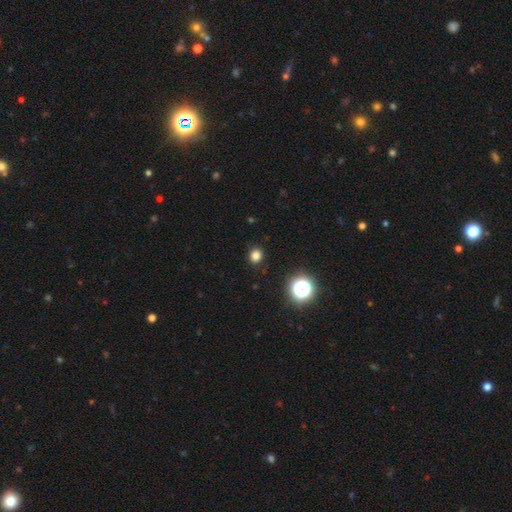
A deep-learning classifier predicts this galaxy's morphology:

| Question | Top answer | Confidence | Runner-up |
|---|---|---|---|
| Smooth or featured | smooth | 79% | star or artifact (17%) |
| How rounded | round | 81% | in between (18%) |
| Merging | none | 90% | minor disturbance (7%) |